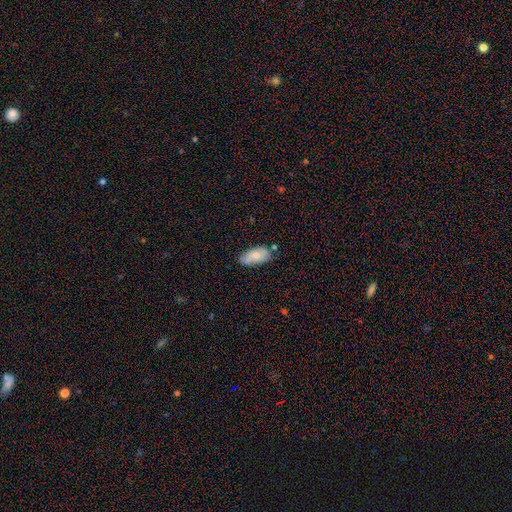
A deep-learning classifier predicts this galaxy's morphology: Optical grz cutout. It shows a smooth galaxy with no disk features (75%) that is in between round and cigar-shaped (93%). Merging: none (69%).